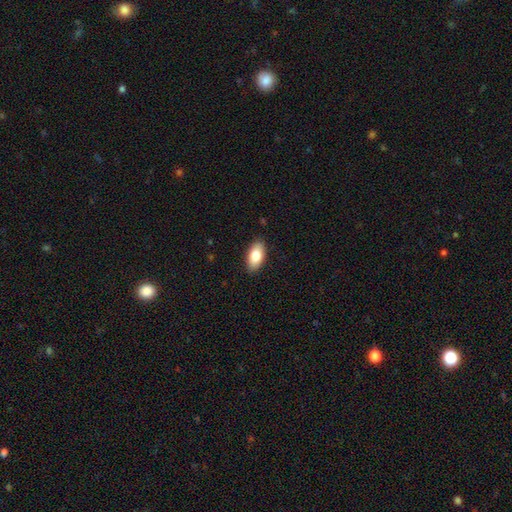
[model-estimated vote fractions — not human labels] Smooth or featured? Predicted: smooth (p=0.82). How rounded? Predicted: in between (p=0.92). Merging? Predicted: none (p=0.88).